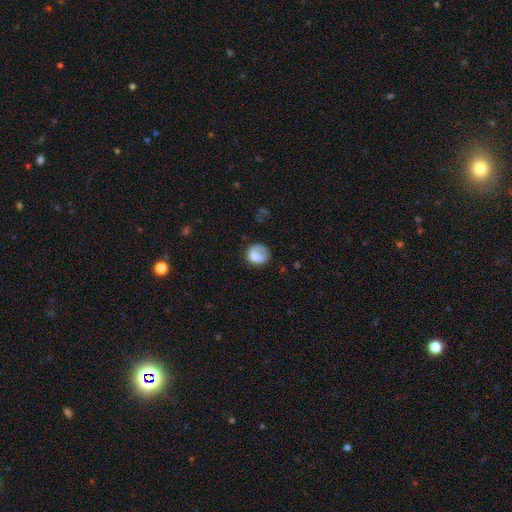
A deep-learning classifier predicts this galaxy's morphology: Overall: smooth (77%). How rounded: round (76%). Merging: none (55%; minor disturbance 24%).